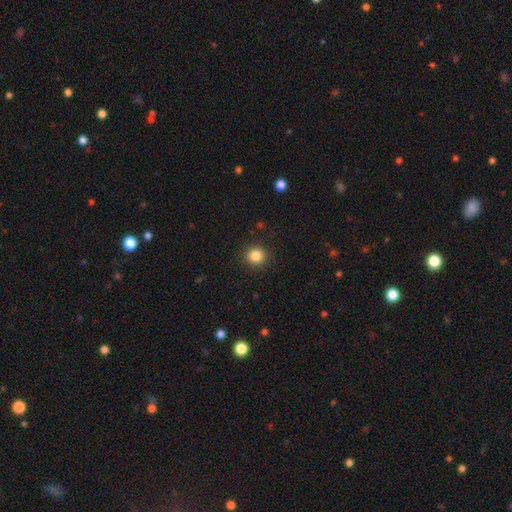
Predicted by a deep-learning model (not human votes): A smooth galaxy with no disk features (85%) that is round (93%). Merging: none (91%).